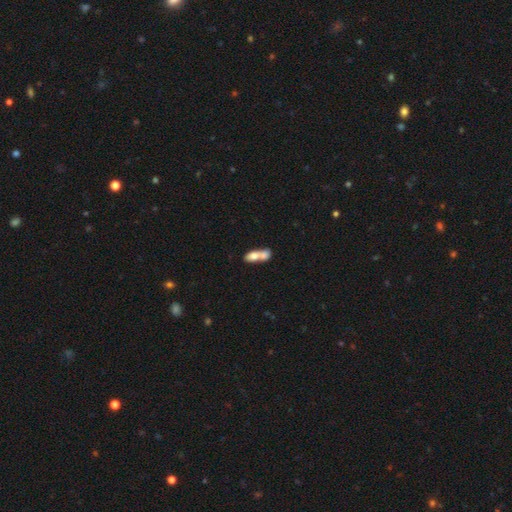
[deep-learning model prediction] A smooth galaxy with no disk features (71%) that is in between round and cigar-shaped (73%).

Vote fractions:
- Smooth or featured? smooth: 71% / featured or disk: 21% / star or artifact: 8%
- How rounded? in between: 73% / cigar-shaped: 16% / round: 12%
- Merging? merger: 72% / none: 17% / minor disturbance: 6% / major disturbance: 4%